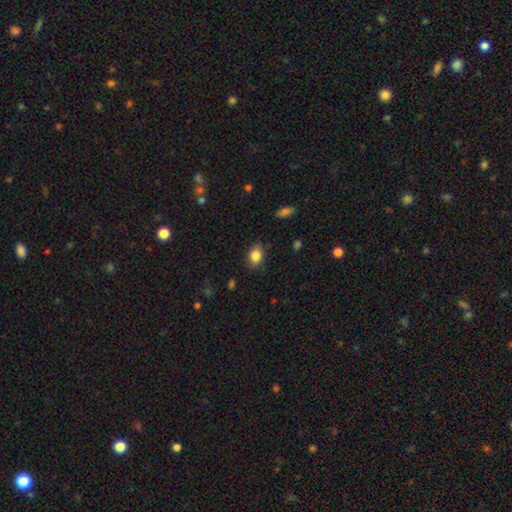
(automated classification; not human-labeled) Smooth or featured: smooth — 84% (star or artifact — 9%)
How rounded: in between — 71% (round — 27%)
Merging: none — 80% (minor disturbance — 15%)